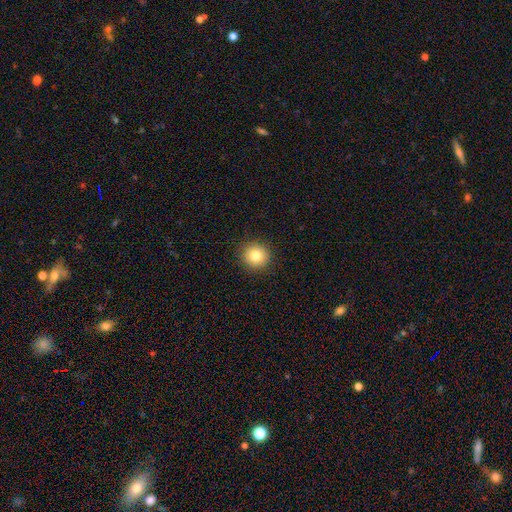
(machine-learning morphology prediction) smooth 82%, star or artifact 10%, featured or disk 7%. Down the decision tree: how rounded — round (93%); merging — none (92%).